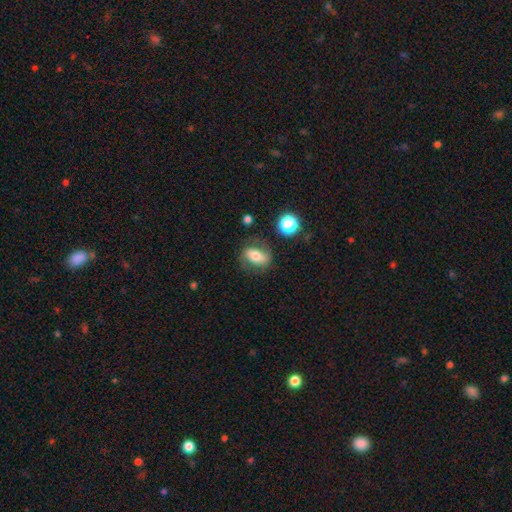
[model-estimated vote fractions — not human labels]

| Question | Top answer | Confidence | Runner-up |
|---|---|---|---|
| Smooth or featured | smooth | 52% | featured or disk (37%) |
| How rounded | in between | 75% | round (20%) |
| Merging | none | 70% | minor disturbance (18%) |